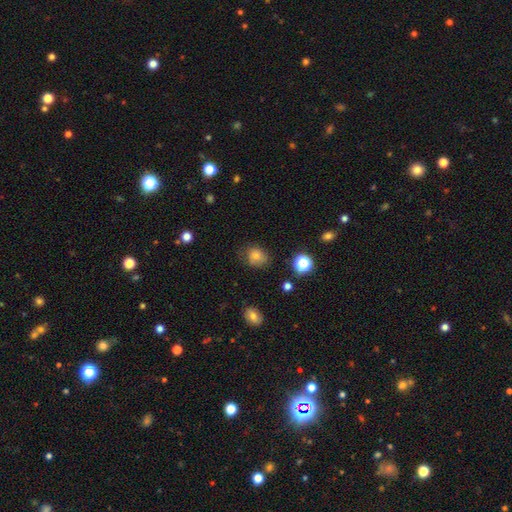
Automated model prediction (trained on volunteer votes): Smooth or featured?
  - smooth: 75% *
  - star or artifact: 15%
  - featured or disk: 11%
How rounded?
  - round: 55% *
  - in between: 44%
  - cigar-shaped: 1%
Merging?
  - none: 66% *
  - minor disturbance: 24%
  - major disturbance: 8%
  - merger: 2%